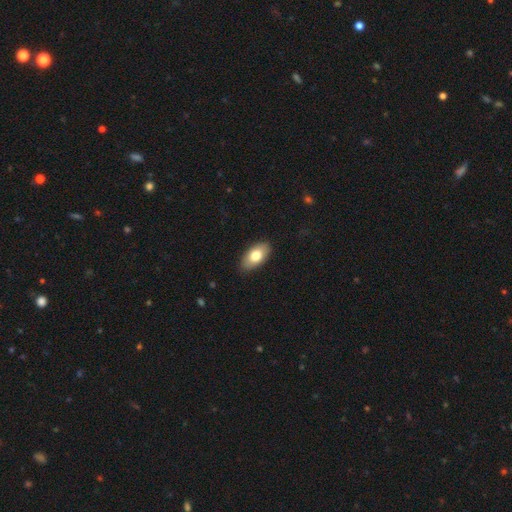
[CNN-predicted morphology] Smooth or featured? smooth (77%)
How rounded? in between (93%)
Merging? none (86%)